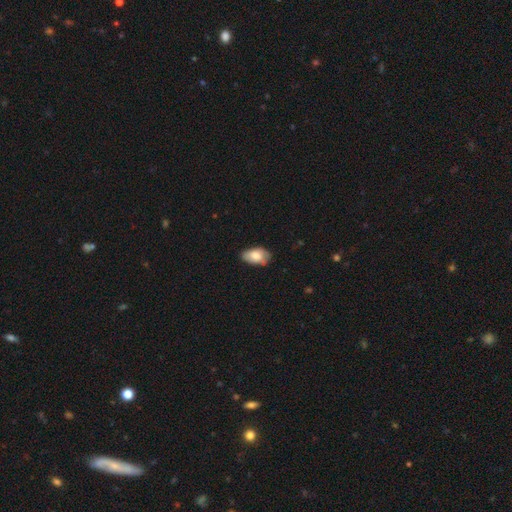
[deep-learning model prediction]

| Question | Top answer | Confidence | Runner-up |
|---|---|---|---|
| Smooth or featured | smooth | 75% | featured or disk (18%) |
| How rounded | in between | 93% | round (5%) |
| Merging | none | 63% | minor disturbance (30%) |